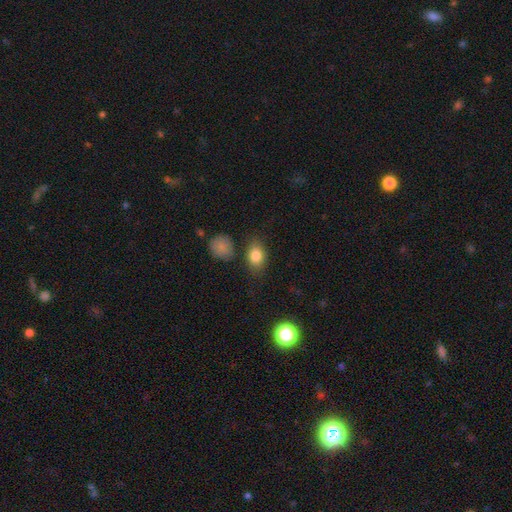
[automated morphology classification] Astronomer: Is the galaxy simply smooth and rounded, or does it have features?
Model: smooth — 83%.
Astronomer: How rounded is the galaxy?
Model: in between — 77%.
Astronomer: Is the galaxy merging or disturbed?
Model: none — 77%.